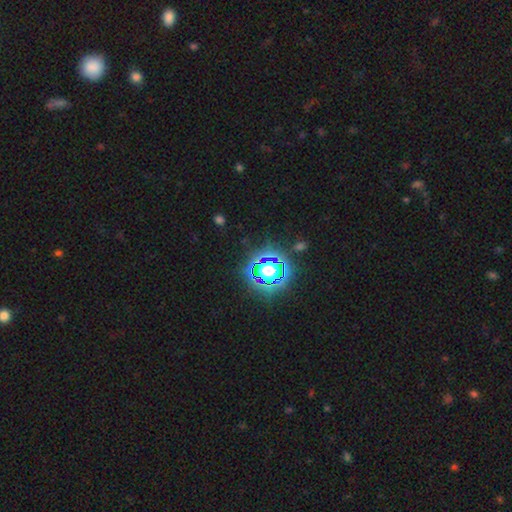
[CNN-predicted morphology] The model was most divided on "smooth or featured": star or artifact: 75%, smooth: 16%, featured or disk: 9%.